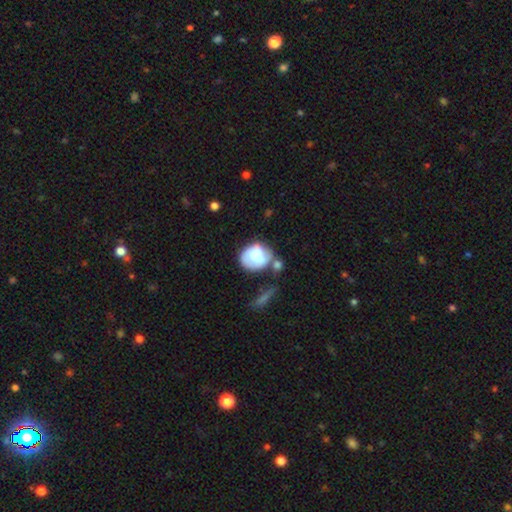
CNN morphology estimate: This is possibly a smooth galaxy (58%). How rounded: possibly round (50%). Merging: marginally none (30%, tied with merger).